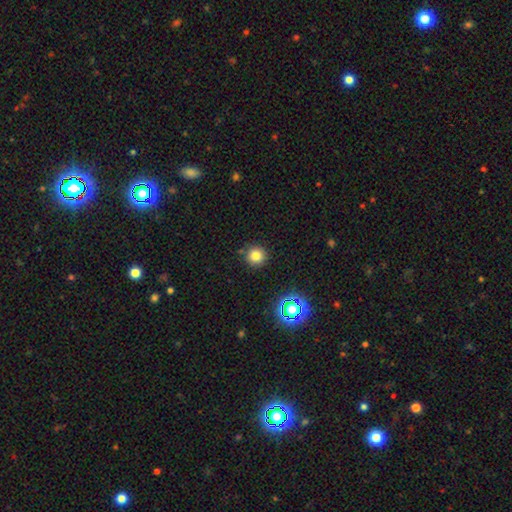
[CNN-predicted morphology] Smooth or featured? Predicted: smooth (p=0.78). How rounded? Predicted: round (p=0.94). Merging? Predicted: none (p=0.87).